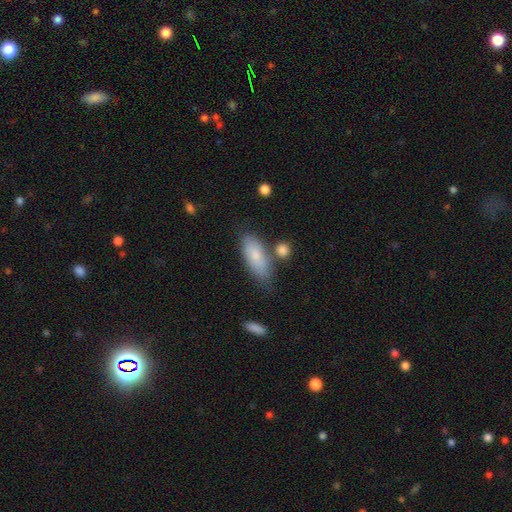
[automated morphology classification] The model was most divided on "merging": none: 60%, minor disturbance: 21%, merger: 13%, major disturbance: 6%. More confident: how rounded — in between (79%); smooth or featured — smooth (77%).